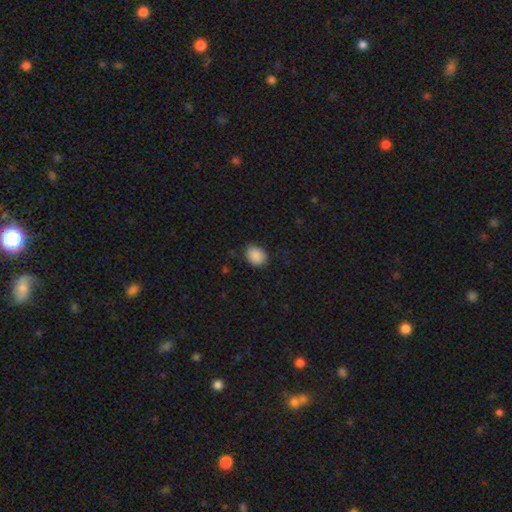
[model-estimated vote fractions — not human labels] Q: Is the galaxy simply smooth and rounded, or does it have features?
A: smooth — 88%.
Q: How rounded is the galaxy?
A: in between — 54%.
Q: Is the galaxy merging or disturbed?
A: none — 76%.